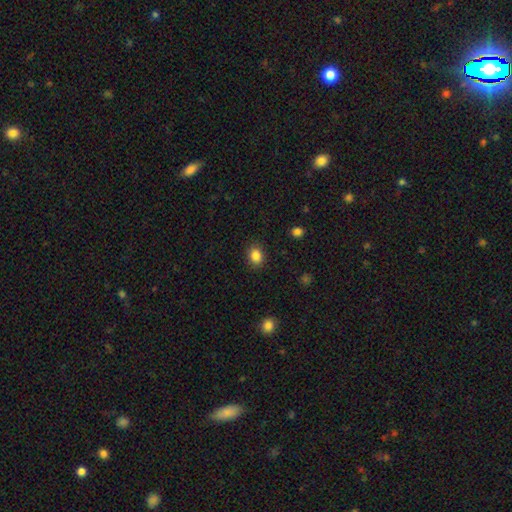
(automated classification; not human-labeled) A smooth galaxy with no disk features (86%) that is in between round and cigar-shaped (52%). Merging: none (87%).